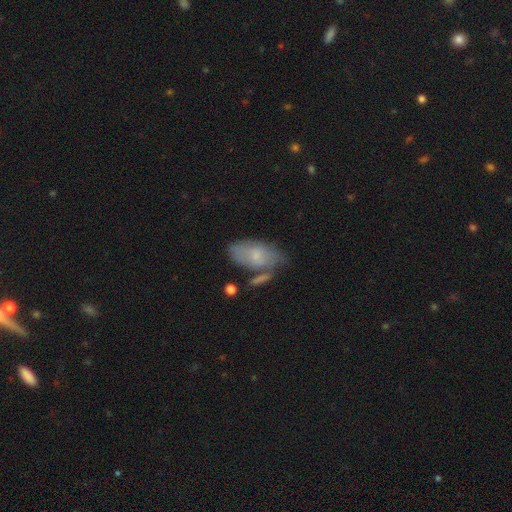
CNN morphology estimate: This is likely a smooth galaxy (65%). How rounded: clearly in between (92%). Merging: possibly none (48%).